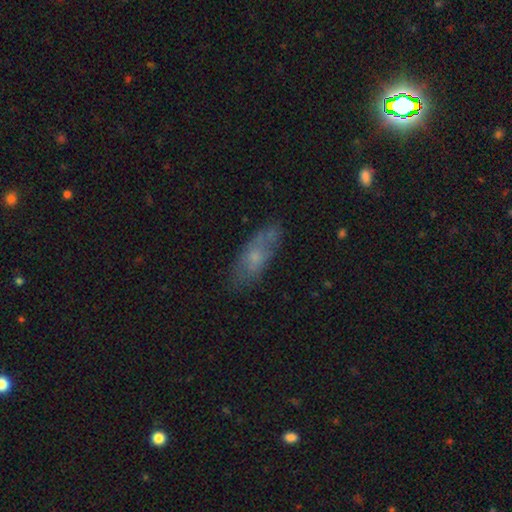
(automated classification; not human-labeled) This is possibly a smooth galaxy (55%). How rounded: likely in between (64%). Merging: likely none (68%).